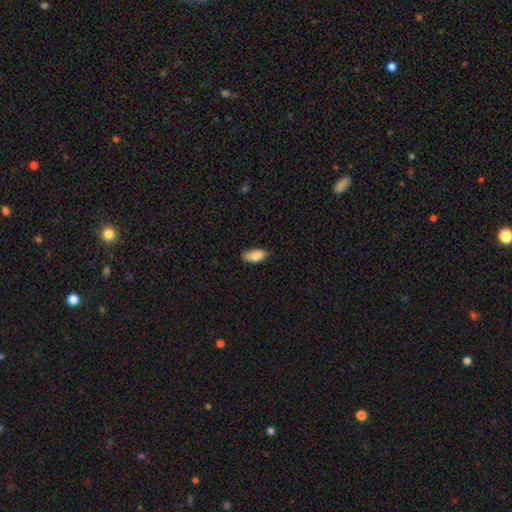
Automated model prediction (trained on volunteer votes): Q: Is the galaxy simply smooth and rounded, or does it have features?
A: smooth — 87%.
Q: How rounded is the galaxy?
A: in between — 92%.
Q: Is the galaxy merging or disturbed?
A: none — 75%.